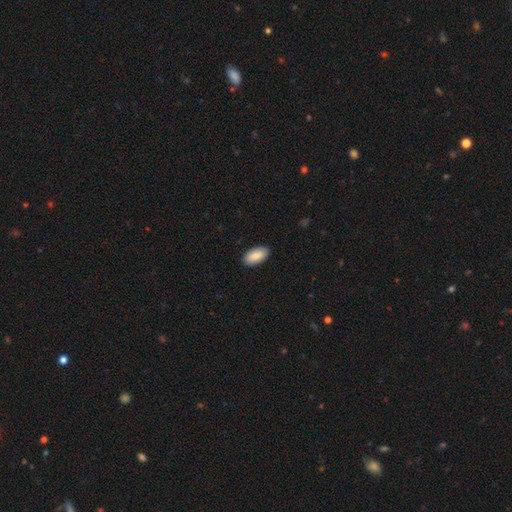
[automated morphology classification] This is clearly a smooth galaxy (89%). How rounded: clearly in between (94%). Merging: clearly none (90%).